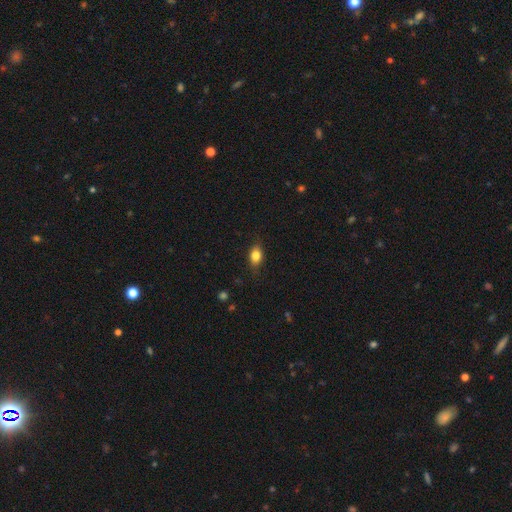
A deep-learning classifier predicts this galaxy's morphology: type=smooth (82%); roundness=in between (75%); merging=none (80%).